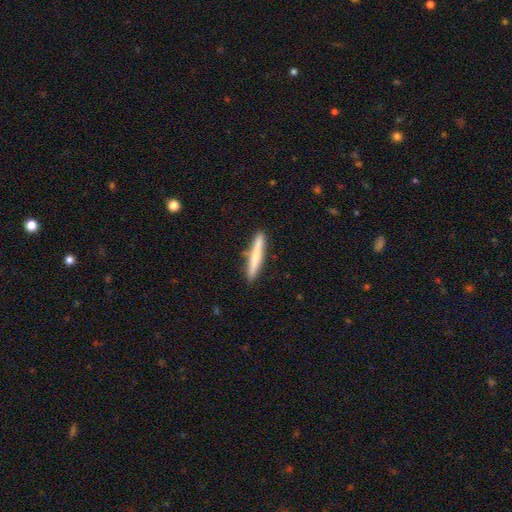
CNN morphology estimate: Overall: smooth (66%; featured or disk 29%). How rounded: cigar-shaped (95%). Merging: none (87%).